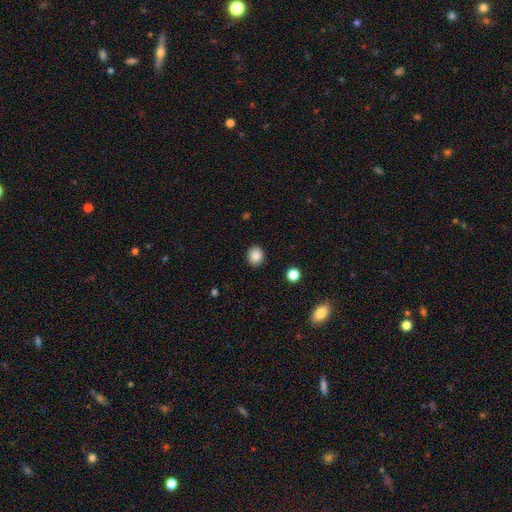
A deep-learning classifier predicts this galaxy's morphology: Smooth or featured? Predicted: smooth (p=0.86). How rounded? Predicted: round (p=0.74). Merging? Predicted: none (p=0.90).